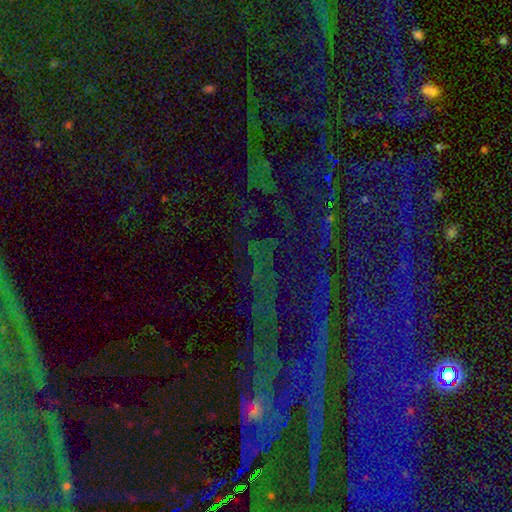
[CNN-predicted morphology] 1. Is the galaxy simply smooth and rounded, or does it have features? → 81% star or artifact, 10% featured or disk, 9% smooth.